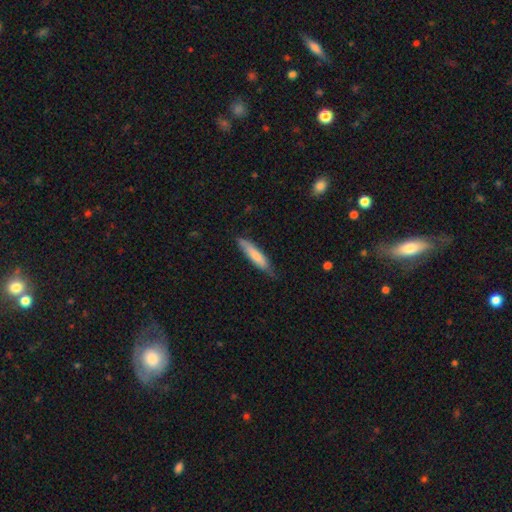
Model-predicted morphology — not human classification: type=smooth (74%); roundness=cigar-shaped (80%); merging=none (72%).